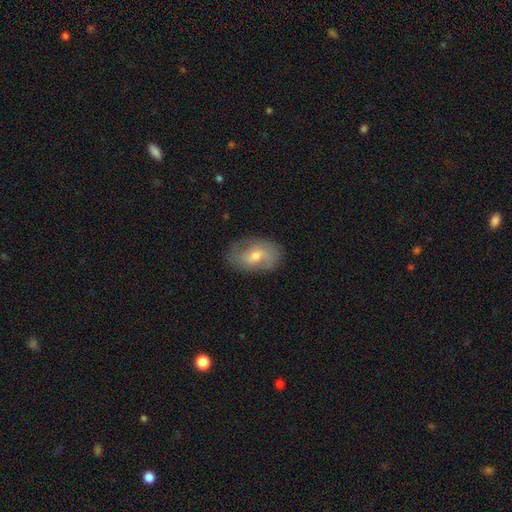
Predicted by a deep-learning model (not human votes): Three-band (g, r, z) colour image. It shows a featured or disk galaxy (50%). Merging: none (77%).